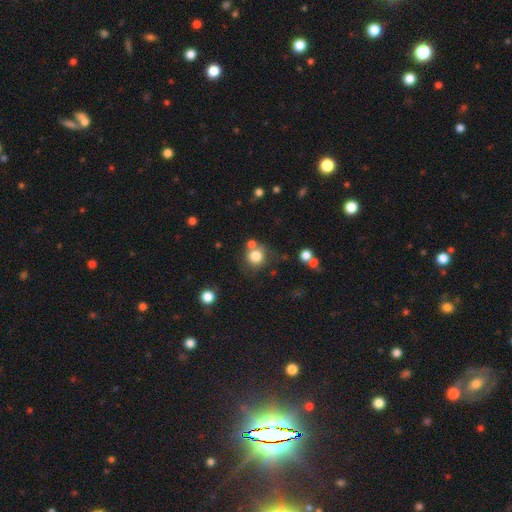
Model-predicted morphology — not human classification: Smooth or featured: smooth — 80% (star or artifact — 12%)
How rounded: round — 89% (in between — 10%)
Merging: none — 61% (merger — 19%)